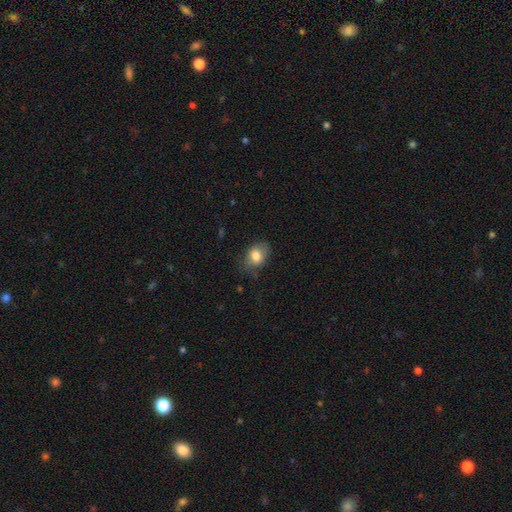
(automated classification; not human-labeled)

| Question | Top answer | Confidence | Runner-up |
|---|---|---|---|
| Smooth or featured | smooth | 80% | featured or disk (11%) |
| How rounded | in between | 67% | round (32%) |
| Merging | none | 67% | minor disturbance (24%) |